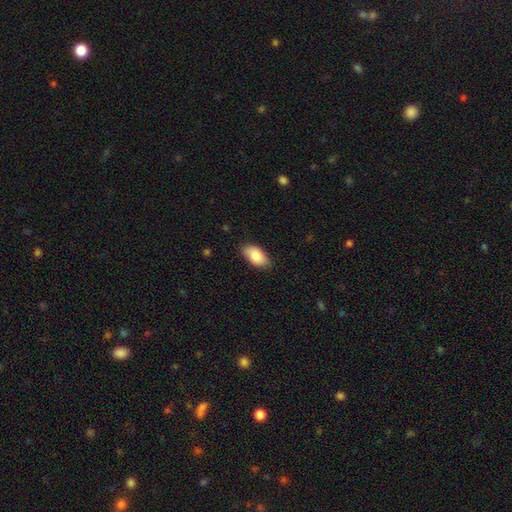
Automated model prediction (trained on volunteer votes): smooth-or-featured: smooth: 86% | featured or disk: 8% | star or artifact: 6%
  how-rounded: in between: 94% | round: 3% | cigar-shaped: 3%
  merging: none: 82% | minor disturbance: 14% | major disturbance: 2% | merger: 1%